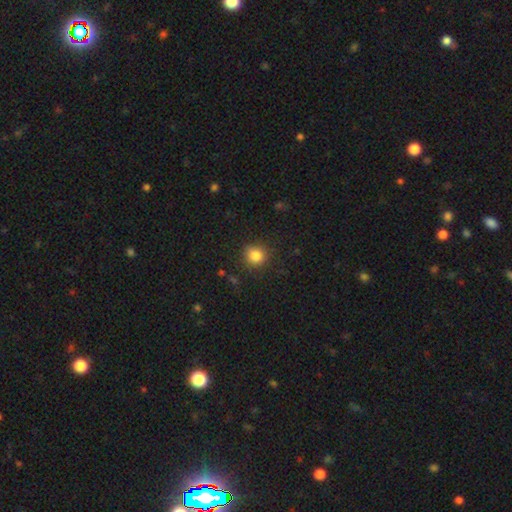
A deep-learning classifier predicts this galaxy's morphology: This appears to be a smooth galaxy with no disk features (83%) that is round (87%). Merging: none (85%).